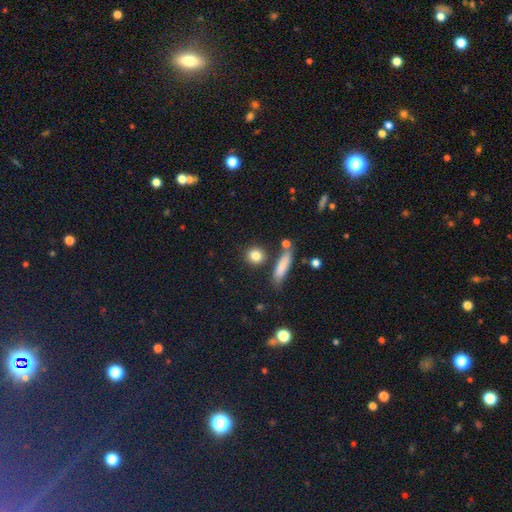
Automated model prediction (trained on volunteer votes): Smooth or featured? smooth (83%)
How rounded? round (75%)
Merging? none (80%)